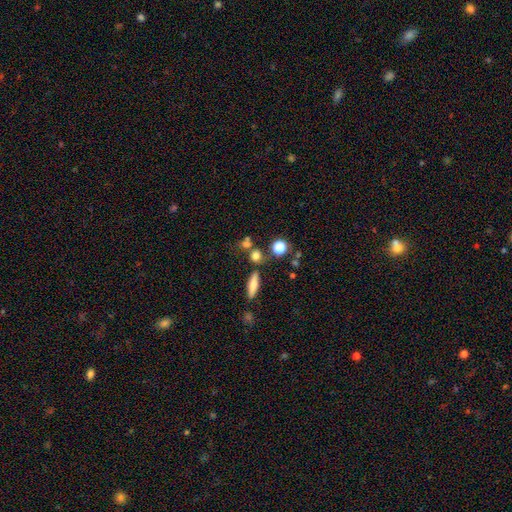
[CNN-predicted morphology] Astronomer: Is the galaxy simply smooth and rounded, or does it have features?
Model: smooth — 74%.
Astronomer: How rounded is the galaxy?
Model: round — 72%.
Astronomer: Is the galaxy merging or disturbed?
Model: none — 61%.